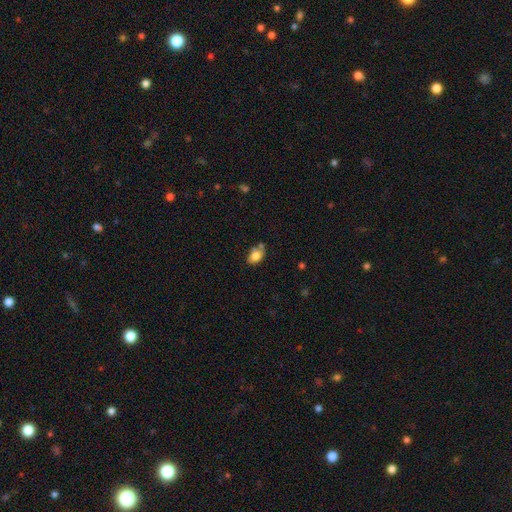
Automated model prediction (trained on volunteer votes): A smooth galaxy with no disk features (80%) that is in between round and cigar-shaped (82%). Merging: none (61%).